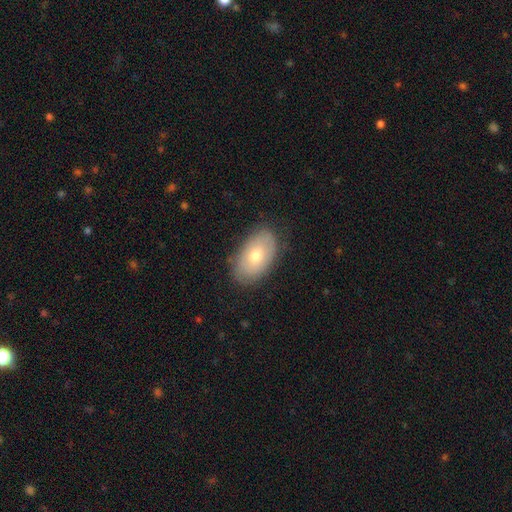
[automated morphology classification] Smooth or featured? smooth (64%)
How rounded? in between (93%)
Merging? none (82%)